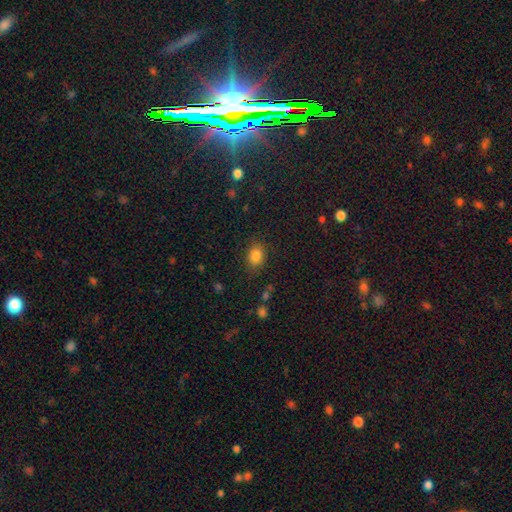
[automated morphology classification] Overall: smooth (84%). How rounded: in between (63%; round 36%). Merging: none (82%).